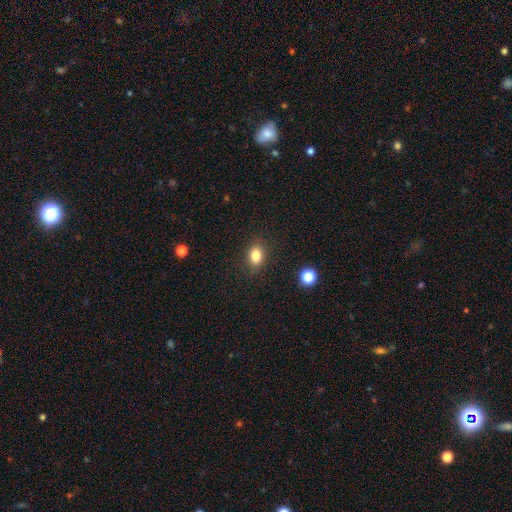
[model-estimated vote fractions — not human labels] This is clearly a smooth galaxy (83%). How rounded: likely in between (72%). Merging: clearly none (87%).